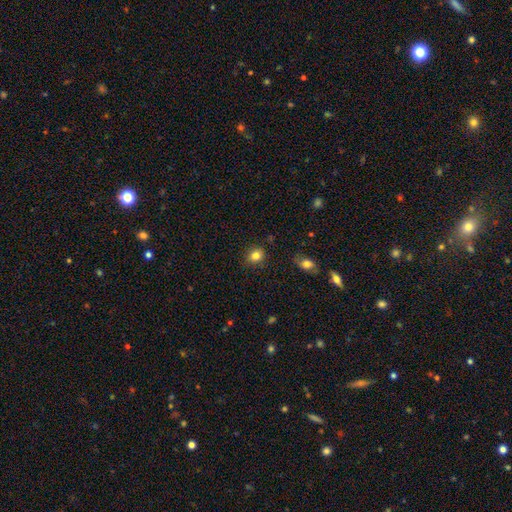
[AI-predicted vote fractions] The model was most divided on "how rounded": round: 60%, in between: 39%, cigar-shaped: 1%. More confident: merging — none (84%); smooth or featured — smooth (84%).